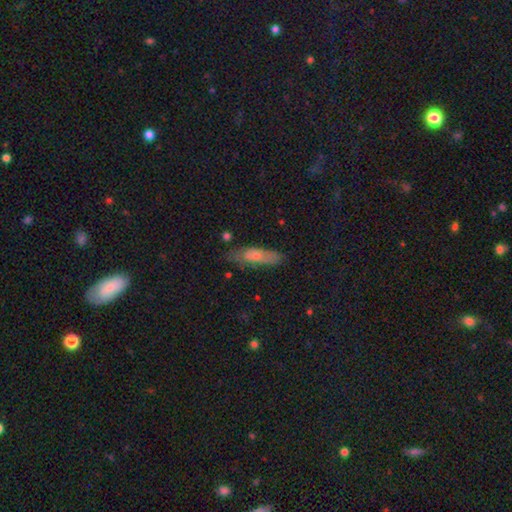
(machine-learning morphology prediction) This is possibly a smooth galaxy (57%). How rounded: possibly cigar-shaped (59%). Merging: likely none (71%).